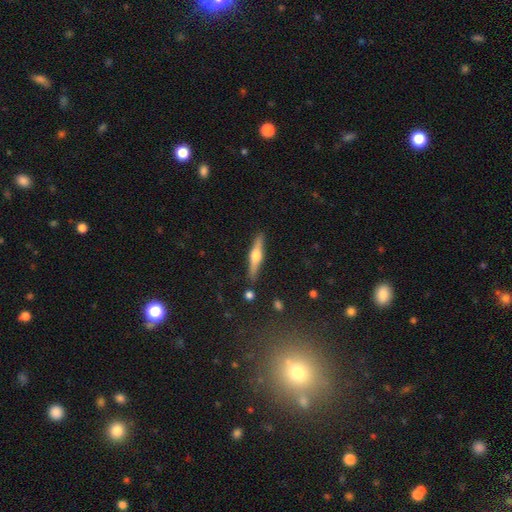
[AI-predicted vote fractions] Smooth or featured: featured or disk — 63% (smooth — 31%)
Edge-on disk: yes — 97% (no — 3%)
Edge-on bulge: rounded — 94% (boxy — 3%)
Merging: none — 89% (minor disturbance — 8%)